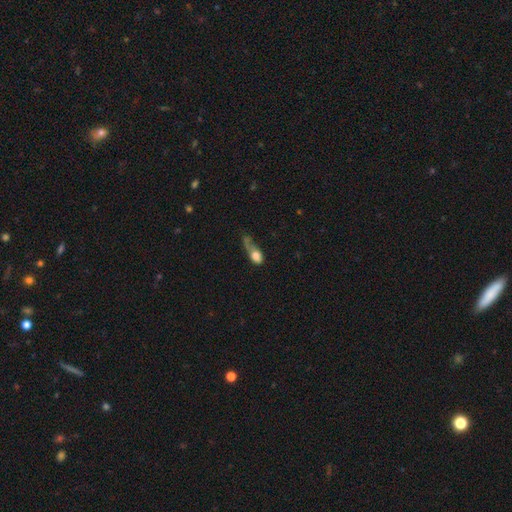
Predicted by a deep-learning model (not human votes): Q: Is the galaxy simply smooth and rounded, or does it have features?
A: smooth — 69%.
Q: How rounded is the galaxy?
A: in between — 71%.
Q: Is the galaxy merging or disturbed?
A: major disturbance — 48%.